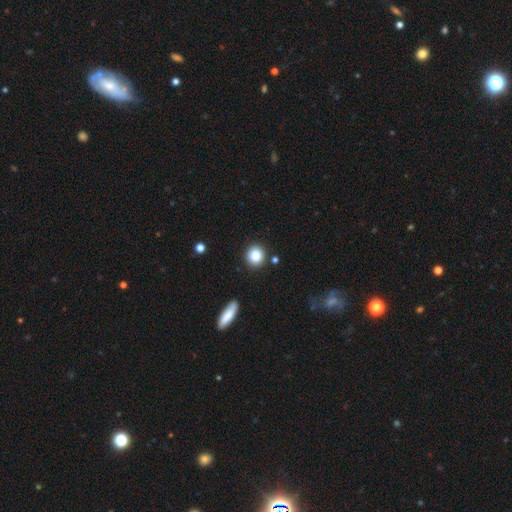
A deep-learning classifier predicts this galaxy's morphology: type=smooth (84%); roundness=round (87%); merging=none (88%).